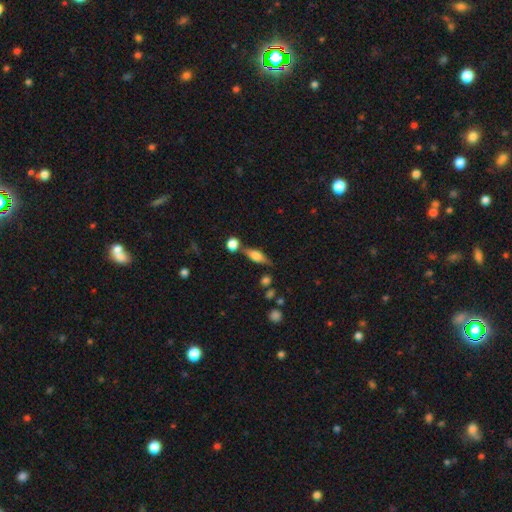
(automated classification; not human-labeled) Smooth or featured: smooth — 50% (featured or disk — 42%)
Merging: none — 69% (minor disturbance — 14%)